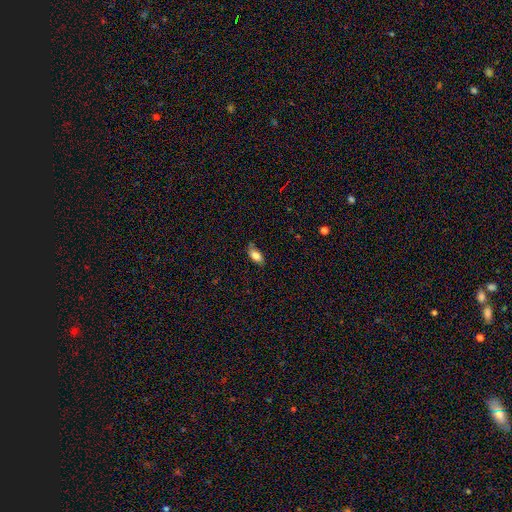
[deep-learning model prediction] Smooth or featured?
  - smooth: 82% *
  - featured or disk: 11%
  - star or artifact: 8%
How rounded?
  - in between: 88% *
  - cigar-shaped: 8%
  - round: 4%
Merging?
  - none: 74% *
  - minor disturbance: 21%
  - major disturbance: 4%
  - merger: 2%